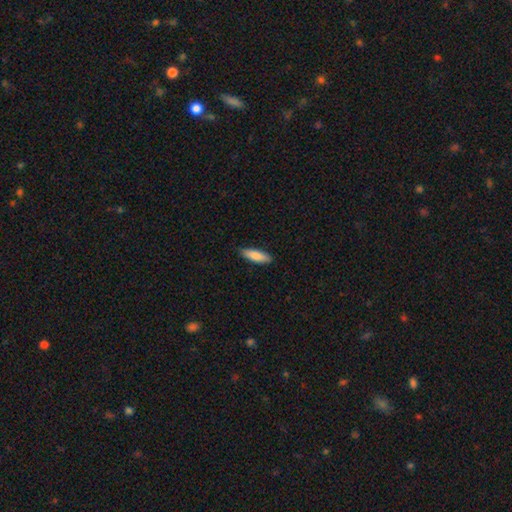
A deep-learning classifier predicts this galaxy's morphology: smooth-or-featured: smooth: 86% | featured or disk: 9% | star or artifact: 5%
  how-rounded: in between: 50% | cigar-shaped: 48% | round: 2%
  merging: none: 87% | minor disturbance: 10% | major disturbance: 2% | merger: 1%